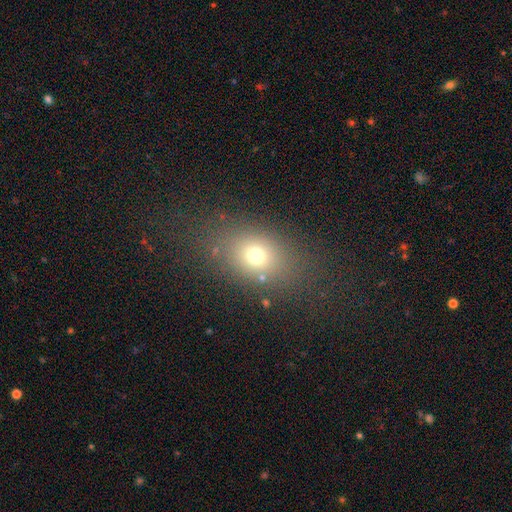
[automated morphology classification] Smooth or featured? Predicted: smooth (p=0.70). How rounded? Predicted: in between (p=0.64). Merging? Predicted: none (p=0.77).